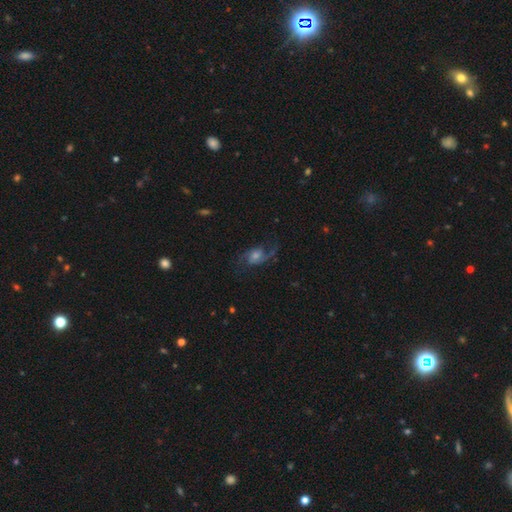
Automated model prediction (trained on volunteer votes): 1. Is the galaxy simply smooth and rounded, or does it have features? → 78% featured or disk, 11% smooth, 10% star or artifact.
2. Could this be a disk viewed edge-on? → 97% no, 3% yes.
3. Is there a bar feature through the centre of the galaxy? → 58% no, 35% weak, 7% strong.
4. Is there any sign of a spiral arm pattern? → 95% yes, 5% no.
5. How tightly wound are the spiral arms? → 52% loose, 39% medium, 9% tight.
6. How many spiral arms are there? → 89% 2, 4% can't tell, 3% 1, 2% 3, 1% 4, 1% more than 4.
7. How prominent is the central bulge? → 45% moderate, 37% small, 10% large, 6% none, 2% dominant.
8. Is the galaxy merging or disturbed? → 71% none, 15% minor disturbance, 12% major disturbance, 2% merger.